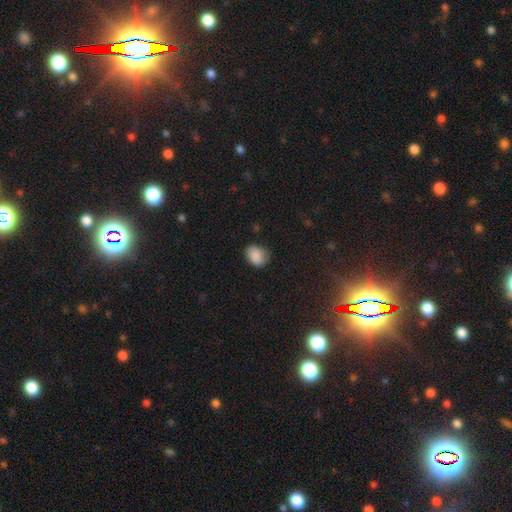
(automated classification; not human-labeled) This is clearly a smooth galaxy (87%). How rounded: possibly in between (56%). Merging: likely none (71%).